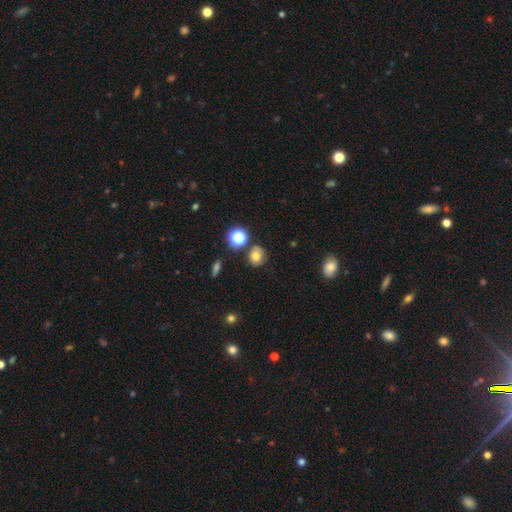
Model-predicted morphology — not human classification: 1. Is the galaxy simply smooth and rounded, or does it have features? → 72% smooth, 17% star or artifact, 11% featured or disk.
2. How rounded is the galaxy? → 68% round, 30% in between, 1% cigar-shaped.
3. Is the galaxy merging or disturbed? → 74% none, 14% minor disturbance, 7% merger, 4% major disturbance.